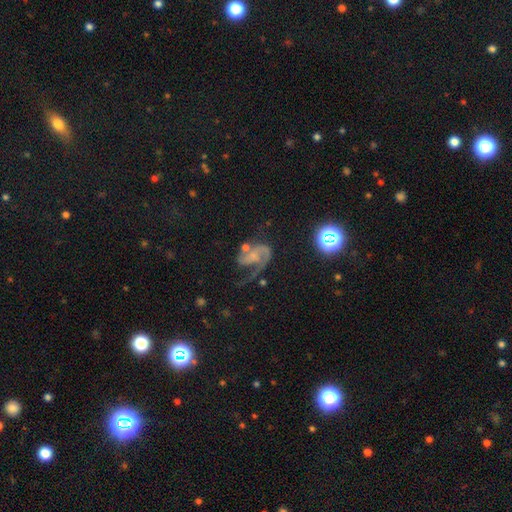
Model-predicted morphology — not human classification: Overall: featured or disk (79%). Edge-on disk: no (98%). Bar: no (57%; weak 33%). Spiral arms: yes (93%). Spiral arm count: 2 (49%; 1 42%). Spiral winding: medium (44%; loose 39%). Bulge size: small (54%; none 22%). Merging: major disturbance (40%; none 32%).